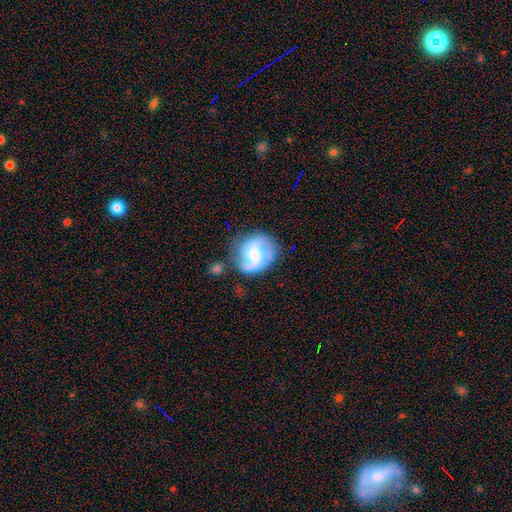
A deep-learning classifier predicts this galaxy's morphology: smooth-or-featured: featured or disk: 75% | smooth: 19% | star or artifact: 6%
  disk-edge-on: no: 98% | yes: 2%
    bar: weak: 45% | no: 39% | strong: 17%
    has-spiral-arms: yes: 93% | no: 7%
      spiral-winding: loose: 44% | medium: 43% | tight: 14%
      spiral-arm-count: 2: 85% | can't tell: 6% | 3: 3% | 1: 3% | 4: 1% | more than 4: 1%
    bulge-size: small: 44% | moderate: 39% | large: 7% | none: 7% | dominant: 2%
  merging: none: 67% | minor disturbance: 18% | major disturbance: 9% | merger: 6%